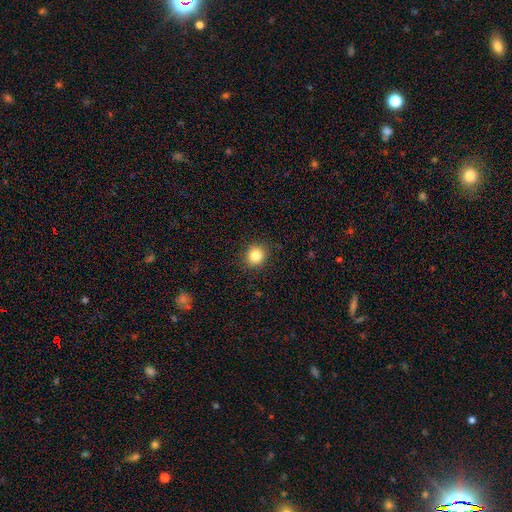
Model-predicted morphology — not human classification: smooth 84%, star or artifact 11%, featured or disk 5%. Down the decision tree: how rounded — round (85%); merging — none (89%).